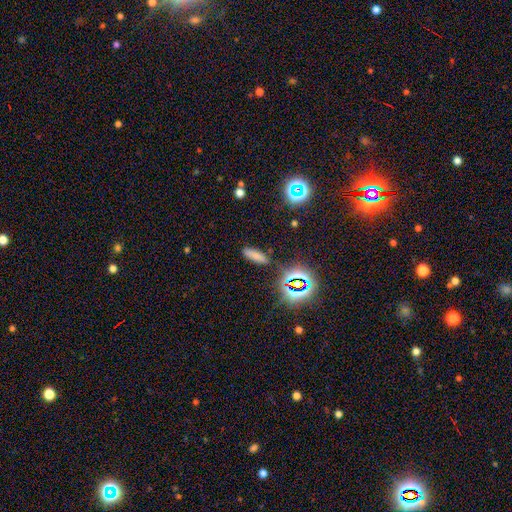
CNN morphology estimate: Smooth or featured? smooth (67%)
How rounded? cigar-shaped (54%)
Merging? none (81%)